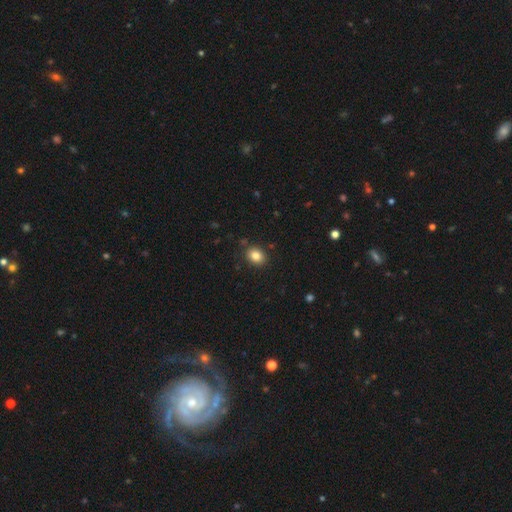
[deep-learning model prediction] This appears to be a smooth galaxy with no disk features (83%) that is round (55%). Merging: none (87%).